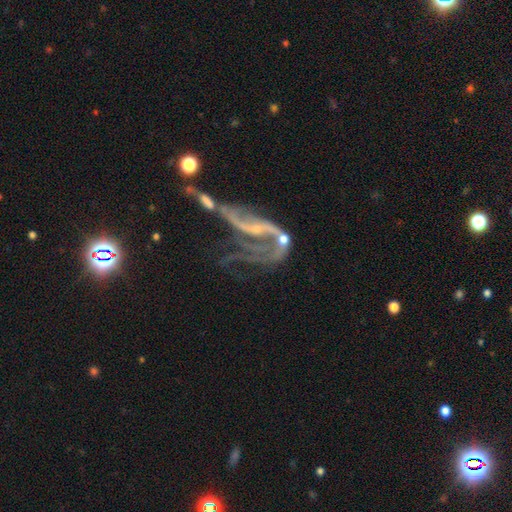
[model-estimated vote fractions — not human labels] This appears to be a featured or disk galaxy (78%) with no bar (51%), 2 (53%) loose (69%) spiral arms (76%) and a small central bulge (54%). Merging: major disturbance (39%).